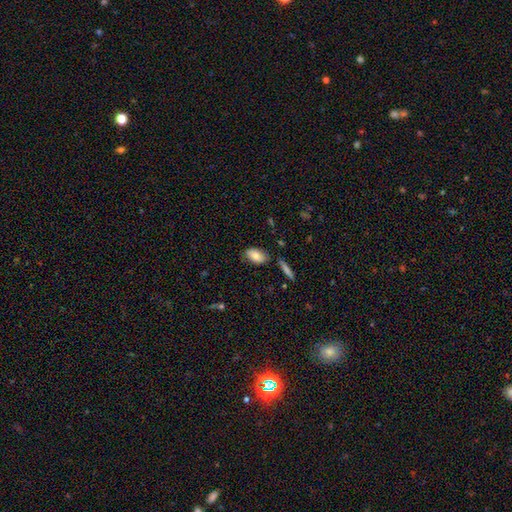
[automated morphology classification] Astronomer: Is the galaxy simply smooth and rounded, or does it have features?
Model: smooth — 78%.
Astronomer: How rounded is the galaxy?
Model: in between — 92%.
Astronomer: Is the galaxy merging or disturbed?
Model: none — 78%.